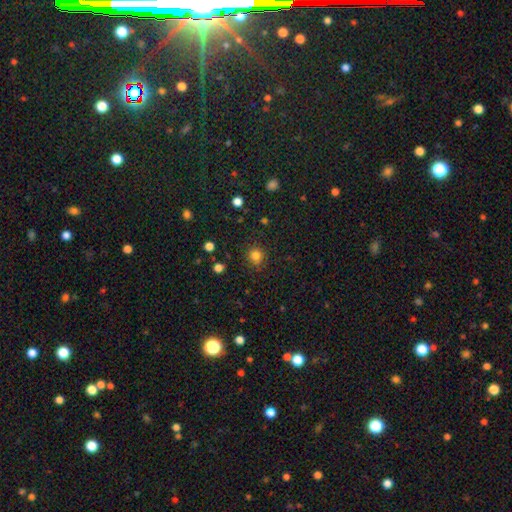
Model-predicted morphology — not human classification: type=smooth (81%); roundness=round (86%); merging=none (83%).